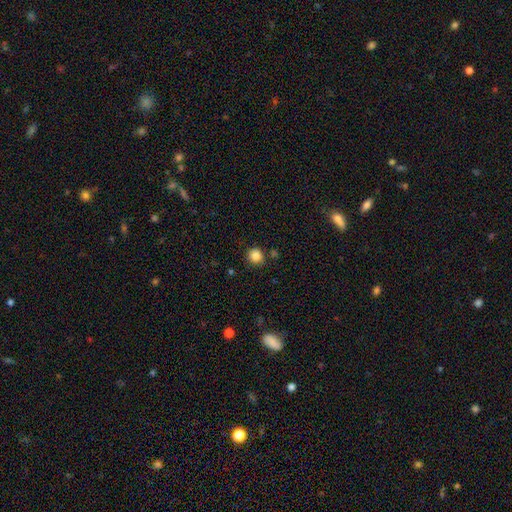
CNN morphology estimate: Overall: smooth (85%). How rounded: round (90%). Merging: none (83%).